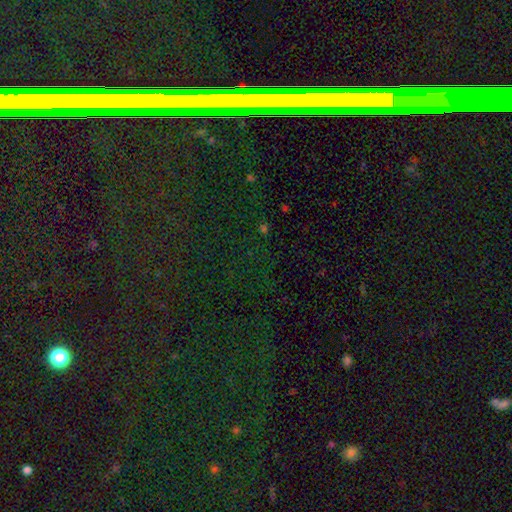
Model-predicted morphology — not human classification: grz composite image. It shows a star or artifact, not a galaxy (77%).